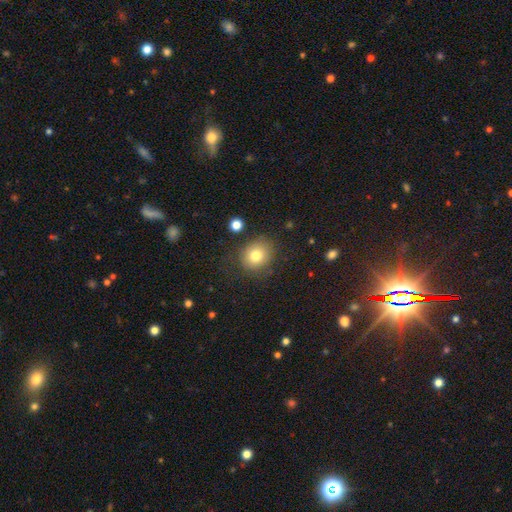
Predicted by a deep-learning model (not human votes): This appears to be a smooth galaxy with no disk features (79%) that is round (70%). Merging: none (78%).